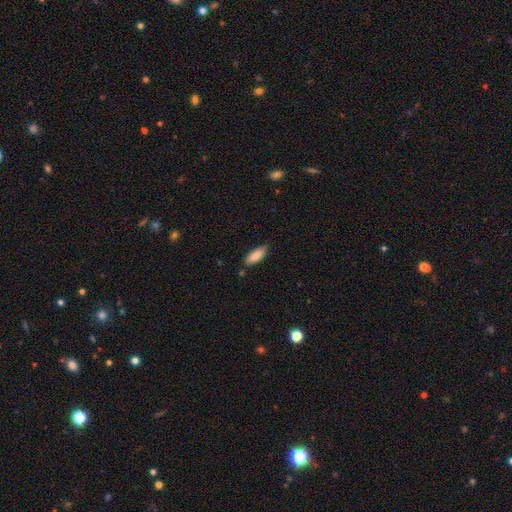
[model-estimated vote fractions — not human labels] Q: Smooth or featured?
A: smooth (85%); runner-up: featured or disk (9%)
Q: How rounded?
A: in between (71%); runner-up: cigar-shaped (28%)
Q: Merging?
A: none (81%); runner-up: minor disturbance (14%)